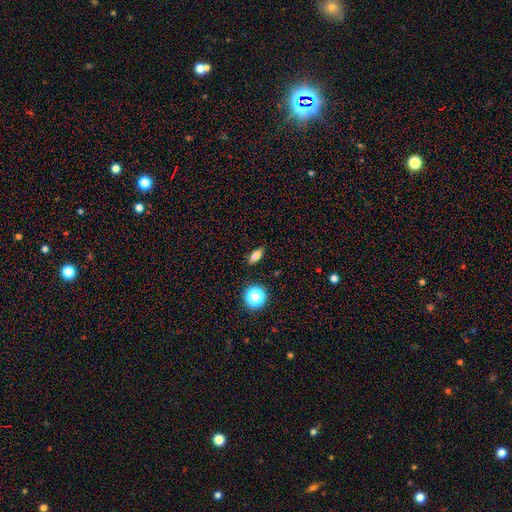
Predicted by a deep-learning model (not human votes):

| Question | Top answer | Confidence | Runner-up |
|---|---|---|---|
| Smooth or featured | smooth | 73% | featured or disk (14%) |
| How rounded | in between | 72% | cigar-shaped (16%) |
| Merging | none | 88% | minor disturbance (9%) |